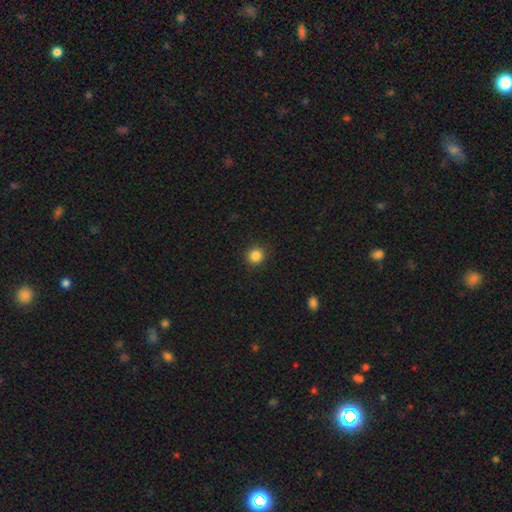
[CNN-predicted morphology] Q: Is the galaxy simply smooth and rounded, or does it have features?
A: smooth — 85%.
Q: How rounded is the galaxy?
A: round — 93%.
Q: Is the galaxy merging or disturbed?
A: none — 92%.